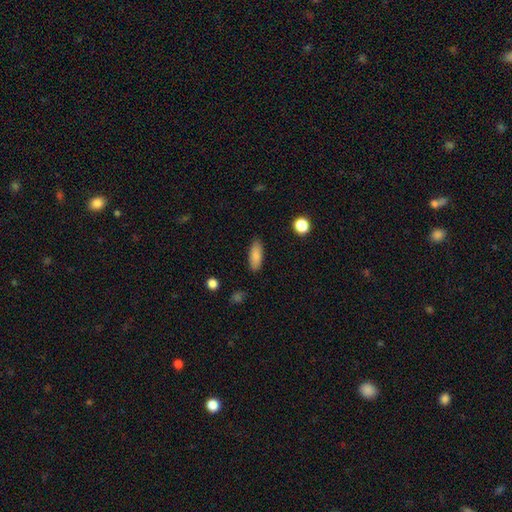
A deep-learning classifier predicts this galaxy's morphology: smooth-or-featured: smooth: 86% | star or artifact: 7% | featured or disk: 7%
  how-rounded: in between: 70% | cigar-shaped: 28% | round: 2%
  merging: none: 88% | minor disturbance: 9% | major disturbance: 2% | merger: 1%